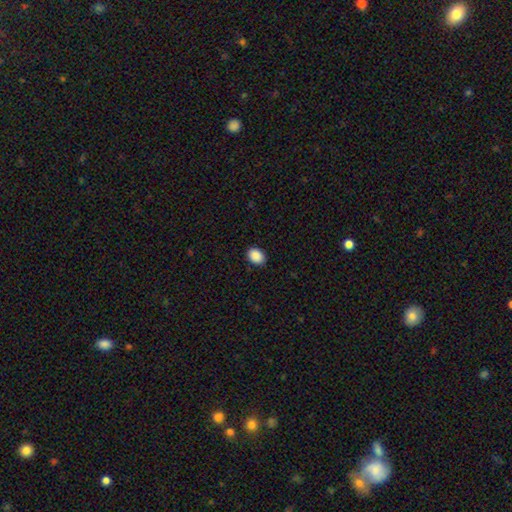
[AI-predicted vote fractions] Smooth or featured? smooth (90%)
How rounded? in between (71%)
Merging? none (89%)